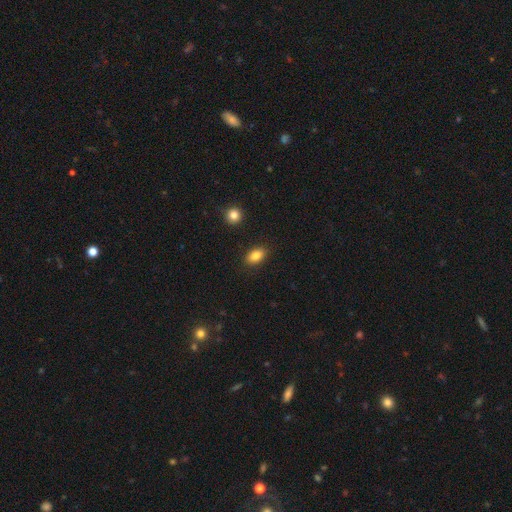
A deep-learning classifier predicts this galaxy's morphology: Smooth or featured? smooth (85%)
How rounded? in between (87%)
Merging? none (88%)